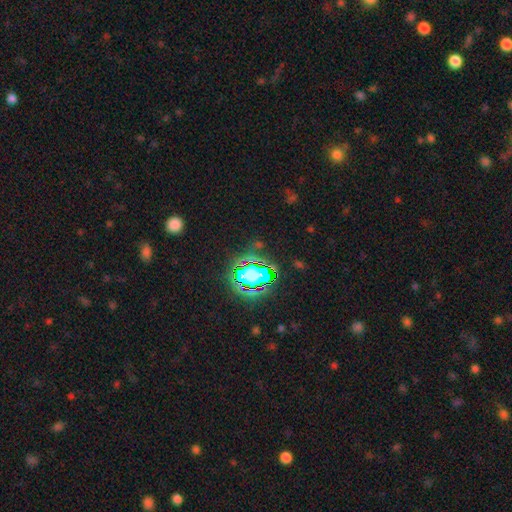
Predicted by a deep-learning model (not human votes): Morphology: type=star or artifact (78%).